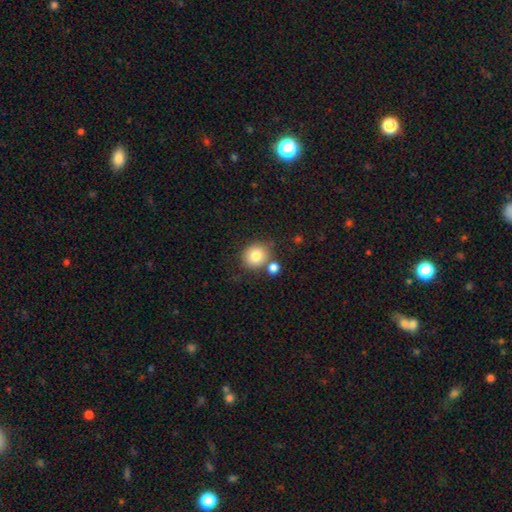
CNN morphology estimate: Smooth or featured? smooth (81%)
How rounded? round (81%)
Merging? none (67%)